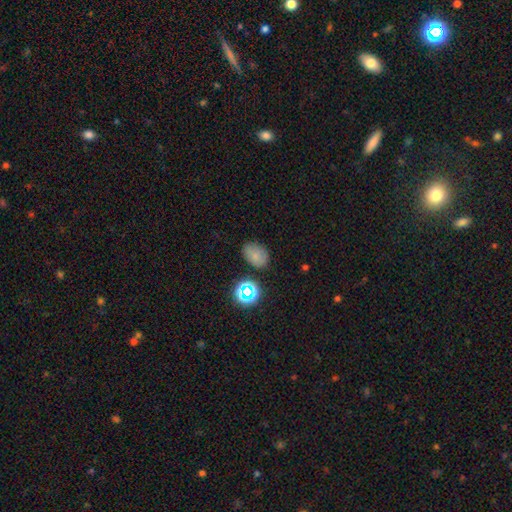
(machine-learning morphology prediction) Smooth or featured? smooth (73%)
How rounded? in between (75%)
Merging? none (76%)